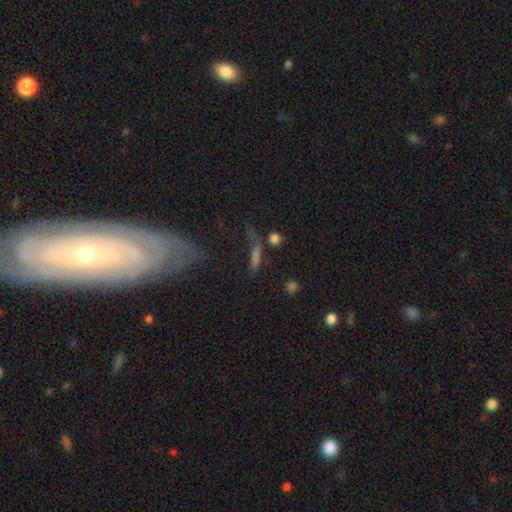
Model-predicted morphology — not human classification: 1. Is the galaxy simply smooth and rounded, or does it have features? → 52% smooth, 27% featured or disk, 21% star or artifact.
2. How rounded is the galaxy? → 64% cigar-shaped, 24% in between, 12% round.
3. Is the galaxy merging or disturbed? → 53% none, 18% minor disturbance, 15% major disturbance, 14% merger.